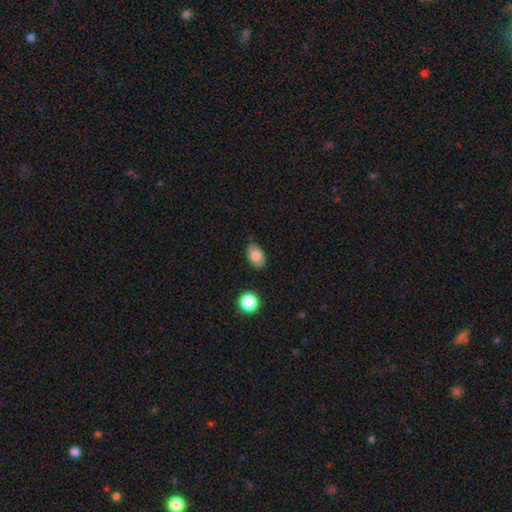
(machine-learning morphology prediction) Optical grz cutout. It shows a smooth galaxy with no disk features (84%) that is in between round and cigar-shaped (87%). Merging: none (79%).